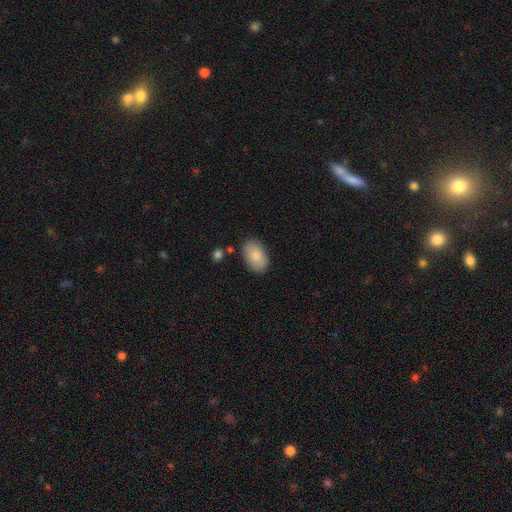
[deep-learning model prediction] A smooth galaxy with no disk features (85%) that is in between round and cigar-shaped (94%). Merging: none (84%).